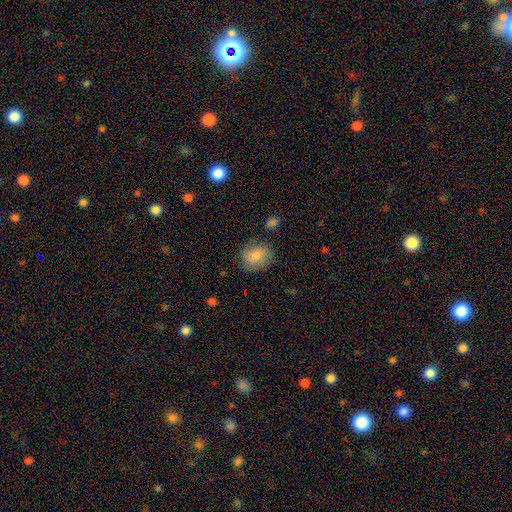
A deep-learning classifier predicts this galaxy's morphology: This appears to be a smooth galaxy with no disk features (79%) that is round (55%). Merging: none (77%).